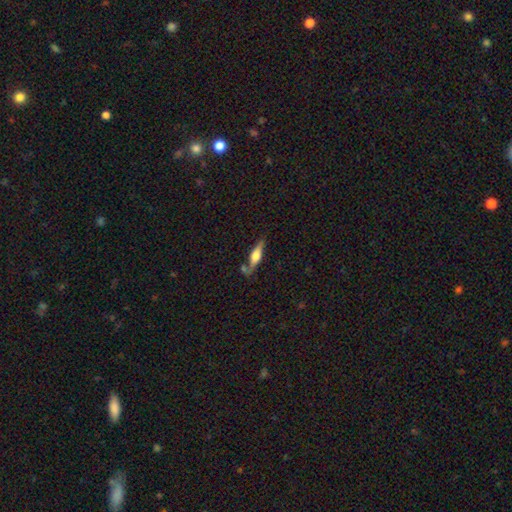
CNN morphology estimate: featured or disk 49%, smooth 44%, star or artifact 7%. Down the decision tree: merging — none (64%).